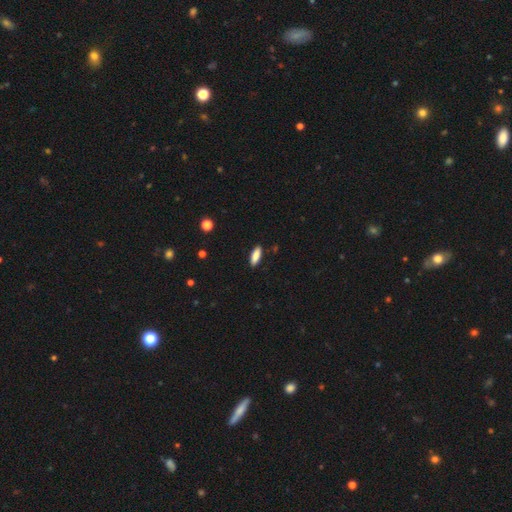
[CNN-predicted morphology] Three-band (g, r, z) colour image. It shows a smooth galaxy with no disk features (87%) that is in between round and cigar-shaped (60%). Merging: none (89%).